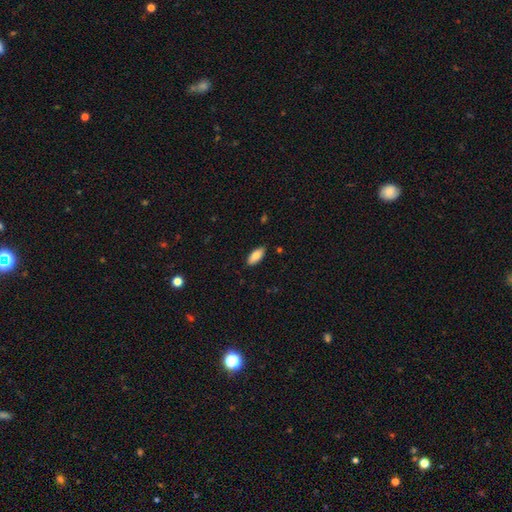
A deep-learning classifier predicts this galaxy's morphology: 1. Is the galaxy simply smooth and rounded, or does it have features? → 83% smooth, 11% featured or disk, 7% star or artifact.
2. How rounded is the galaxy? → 88% in between, 10% cigar-shaped, 2% round.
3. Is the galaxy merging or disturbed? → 86% none, 11% minor disturbance, 2% major disturbance, 1% merger.